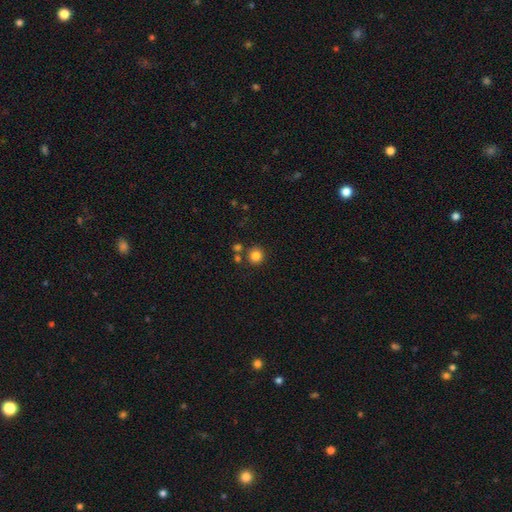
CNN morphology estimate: Smooth or featured: smooth — 84% (star or artifact — 11%)
How rounded: round — 91% (in between — 8%)
Merging: none — 80% (merger — 10%)